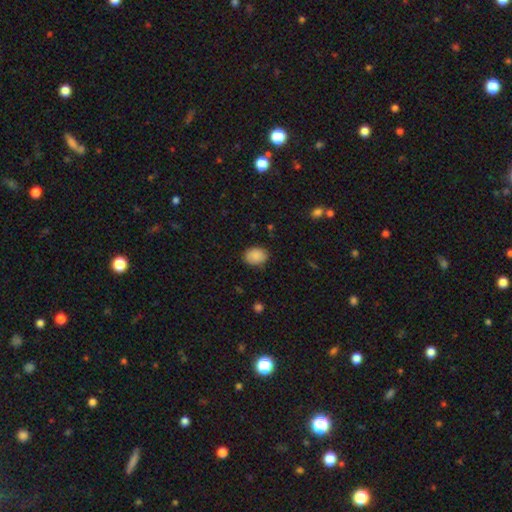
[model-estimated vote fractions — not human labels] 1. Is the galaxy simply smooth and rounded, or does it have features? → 87% smooth, 7% star or artifact, 5% featured or disk.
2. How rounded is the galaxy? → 68% in between, 31% round, 1% cigar-shaped.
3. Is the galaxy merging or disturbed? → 82% none, 14% minor disturbance, 3% major disturbance, 1% merger.